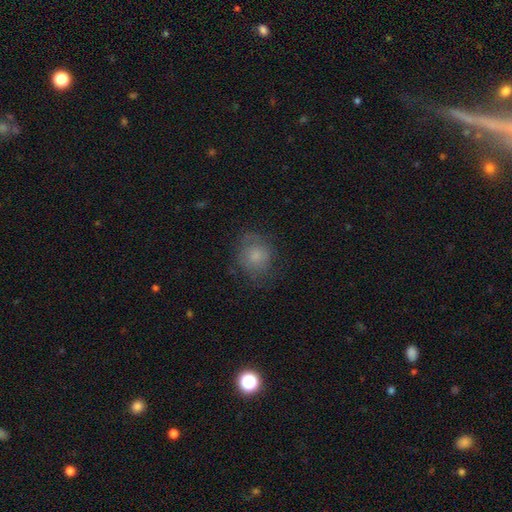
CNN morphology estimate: Q: Smooth or featured?
A: smooth (72%); runner-up: featured or disk (17%)
Q: How rounded?
A: round (76%); runner-up: in between (23%)
Q: Merging?
A: none (65%); runner-up: minor disturbance (22%)